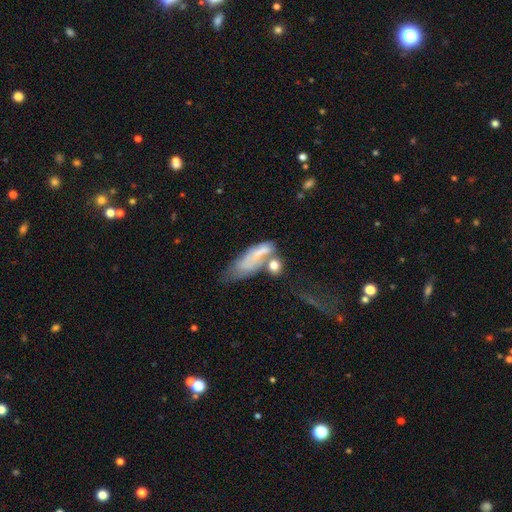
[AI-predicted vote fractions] A smooth galaxy with no disk features (55%) that is in between round and cigar-shaped (63%). Merging: merger (32%).